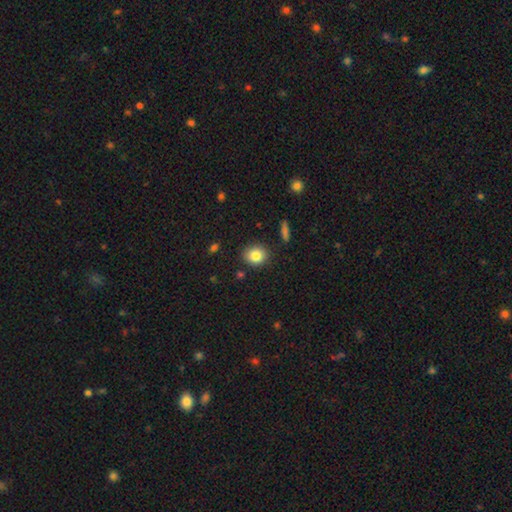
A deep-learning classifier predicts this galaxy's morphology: A smooth galaxy with no disk features (83%) that is round (75%). Merging: none (87%).